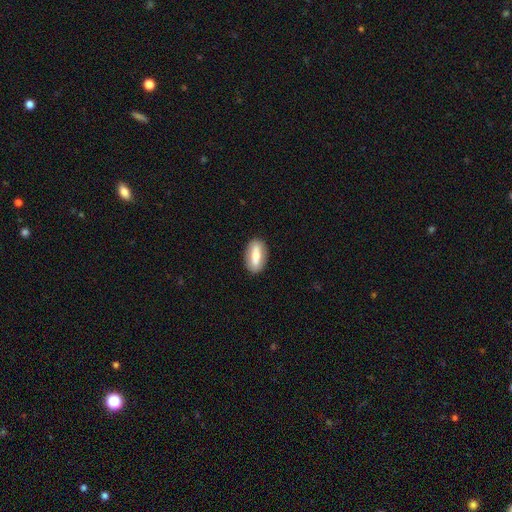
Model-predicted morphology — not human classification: This is possibly a smooth galaxy (59%). How rounded: clearly in between (83%). Merging: clearly none (87%).